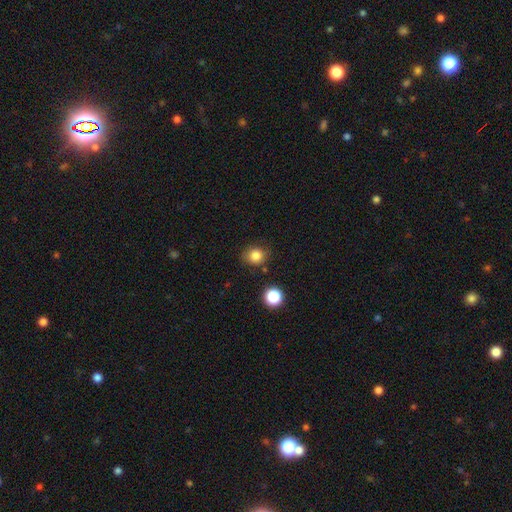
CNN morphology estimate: smooth 83%, star or artifact 12%, featured or disk 5%. Down the decision tree: how rounded — round (77%); merging — none (79%).